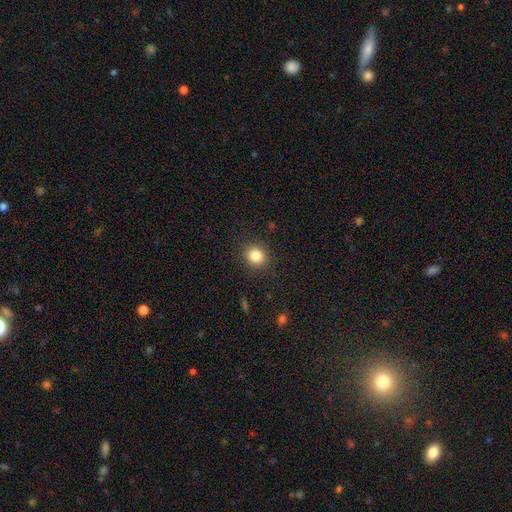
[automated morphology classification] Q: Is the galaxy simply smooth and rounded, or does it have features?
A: smooth — 84%.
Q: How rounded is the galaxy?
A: round — 78%.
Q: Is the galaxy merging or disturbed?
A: none — 88%.